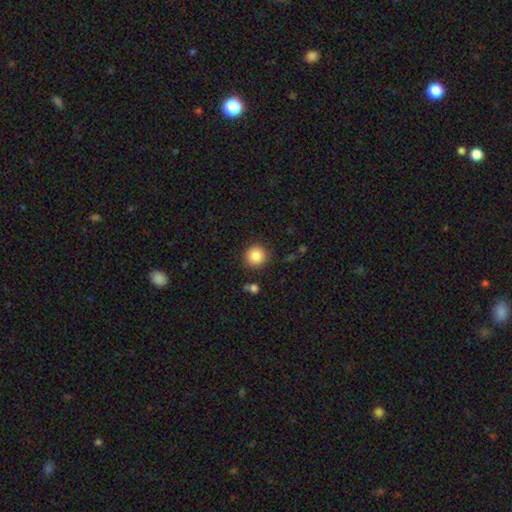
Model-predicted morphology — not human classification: Smooth or featured? Predicted: smooth (p=0.85). How rounded? Predicted: round (p=0.94). Merging? Predicted: none (p=0.88).